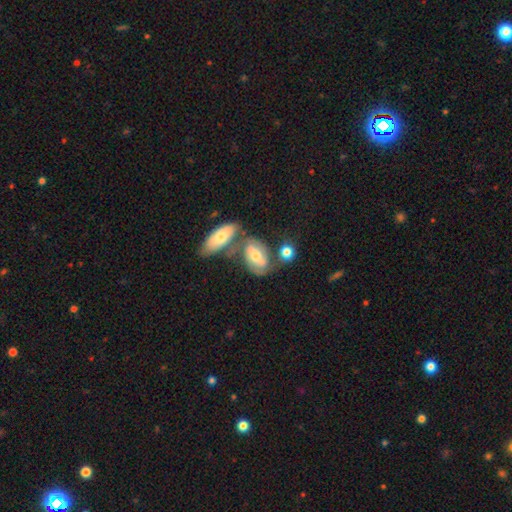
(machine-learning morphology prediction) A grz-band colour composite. It shows a featured or disk galaxy (63%) with a weak bar (44%), 2 (73%) medium (45%) spiral arms (87%) and a moderate central bulge (63%). Merging: none (42%).